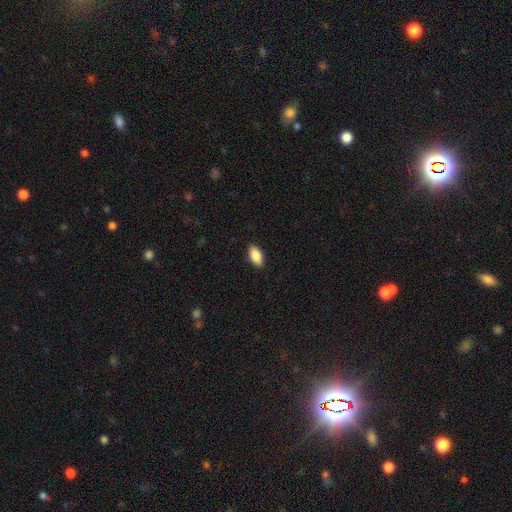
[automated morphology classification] The model was most divided on "merging": none: 89%, minor disturbance: 8%, major disturbance: 2%, merger: 1%. More confident: how rounded — in between (93%); smooth or featured — smooth (89%).